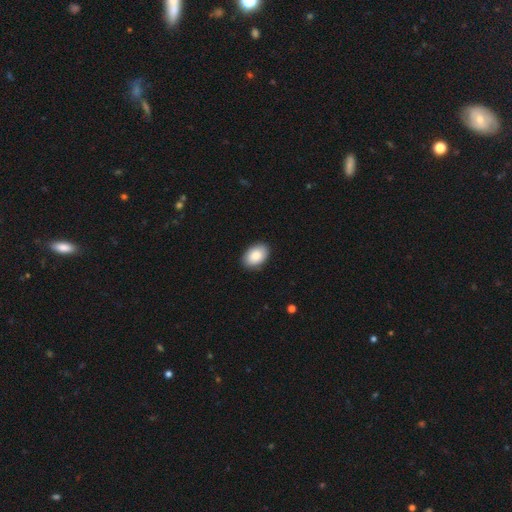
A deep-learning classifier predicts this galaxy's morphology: smooth_or_featured: smooth (p=0.88) [alt: featured or disk p=0.06]
how_rounded: in between (p=0.87) [alt: round p=0.12]
merging: none (p=0.89) [alt: minor disturbance p=0.08]